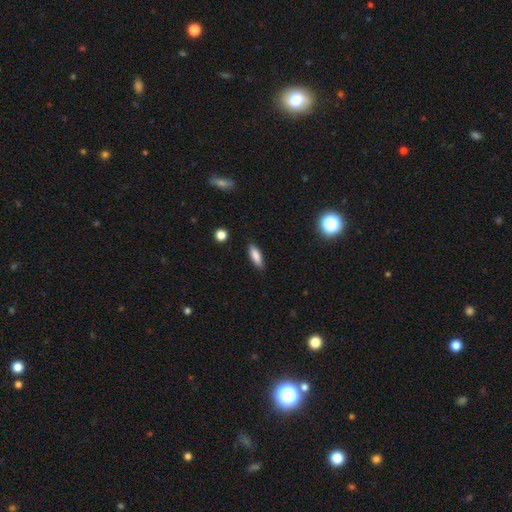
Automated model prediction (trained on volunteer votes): Overall: smooth (83%). How rounded: in between (57%; cigar-shaped 41%). Merging: none (86%).